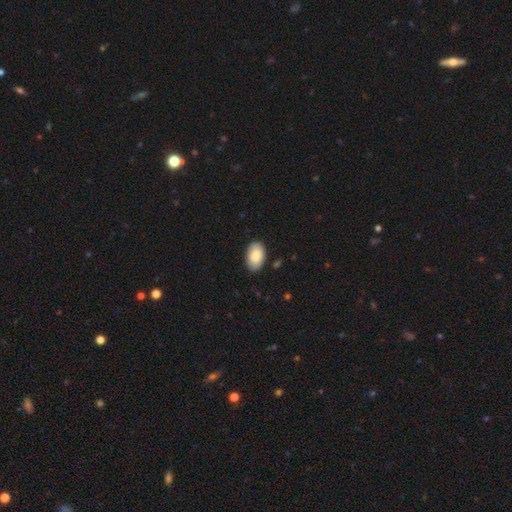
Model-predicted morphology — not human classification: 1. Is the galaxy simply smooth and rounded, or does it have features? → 86% smooth, 8% featured or disk, 6% star or artifact.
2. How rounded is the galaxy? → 93% in between, 6% round, 1% cigar-shaped.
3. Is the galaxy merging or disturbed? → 86% none, 11% minor disturbance, 2% major disturbance, 1% merger.